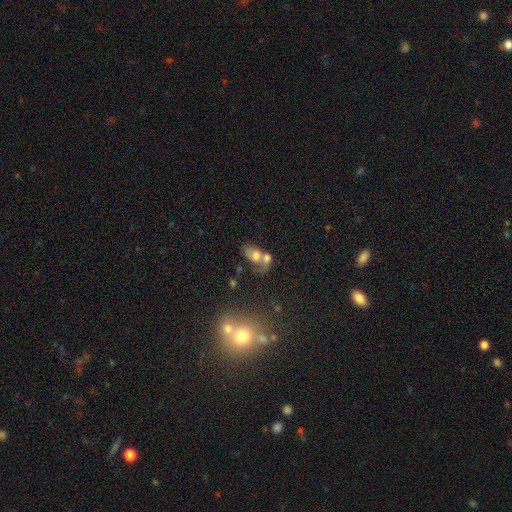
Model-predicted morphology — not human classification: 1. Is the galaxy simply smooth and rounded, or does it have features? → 55% smooth, 33% featured or disk, 12% star or artifact.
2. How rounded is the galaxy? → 78% in between, 19% round, 2% cigar-shaped.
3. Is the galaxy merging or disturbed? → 63% merger, 16% none, 12% major disturbance, 9% minor disturbance.